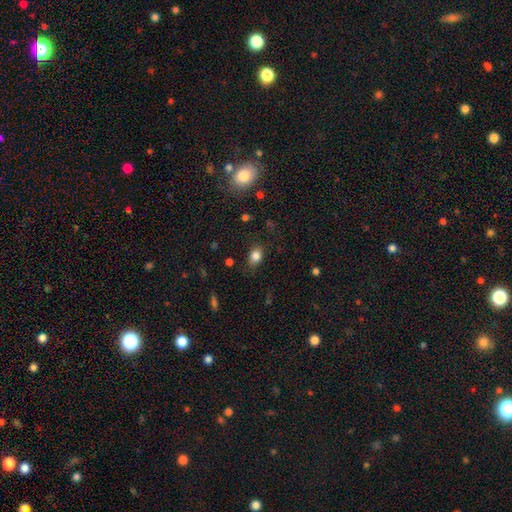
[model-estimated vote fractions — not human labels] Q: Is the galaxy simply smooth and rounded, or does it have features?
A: smooth — 83%.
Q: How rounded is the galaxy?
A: in between — 71%.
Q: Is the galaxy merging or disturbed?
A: none — 79%.